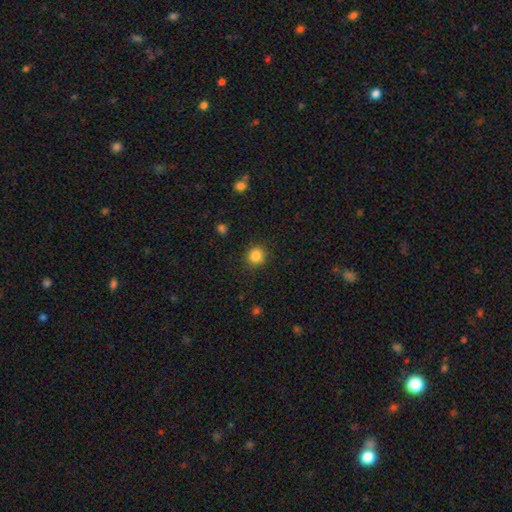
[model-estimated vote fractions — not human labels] smooth_or_featured: smooth (p=0.85) [alt: star or artifact p=0.11]
how_rounded: round (p=0.91) [alt: in between p=0.08]
merging: none (p=0.88) [alt: minor disturbance p=0.08]